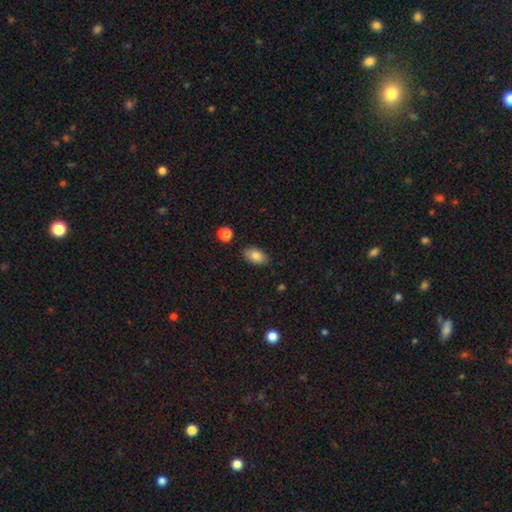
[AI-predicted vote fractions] Smooth or featured?
  - smooth: 84% *
  - star or artifact: 8%
  - featured or disk: 8%
How rounded?
  - in between: 91% *
  - round: 8%
  - cigar-shaped: 2%
Merging?
  - none: 83% *
  - minor disturbance: 12%
  - major disturbance: 3%
  - merger: 2%